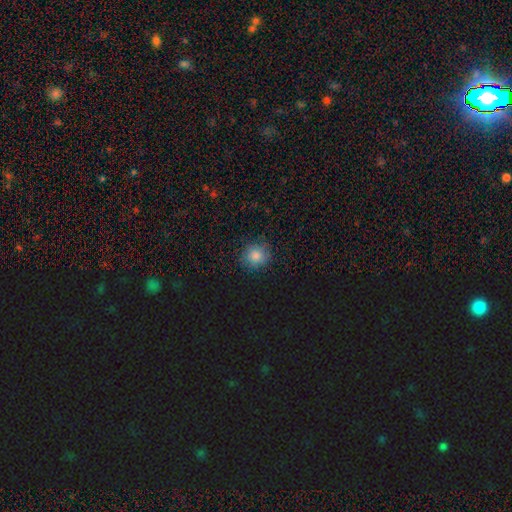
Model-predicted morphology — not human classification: Smooth or featured?
  - smooth: 81% *
  - star or artifact: 13%
  - featured or disk: 6%
How rounded?
  - round: 90% *
  - in between: 9%
  - cigar-shaped: 1%
Merging?
  - none: 86% *
  - minor disturbance: 10%
  - major disturbance: 3%
  - merger: 1%